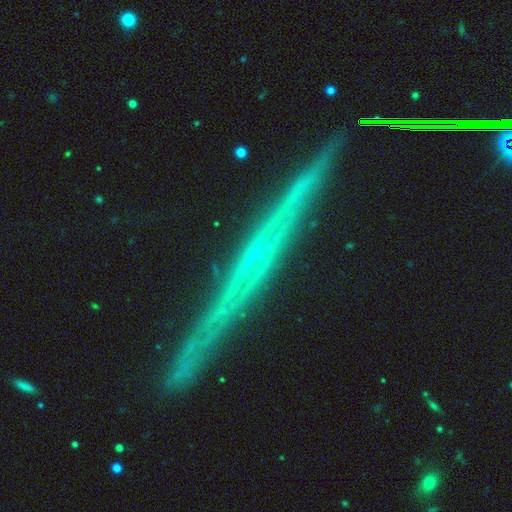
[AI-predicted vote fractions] This is likely a featured or disk galaxy (70%). It is clearly viewed edge-on (96%). Edge-on bulge: possibly none (49%). Merging: clearly none (89%).